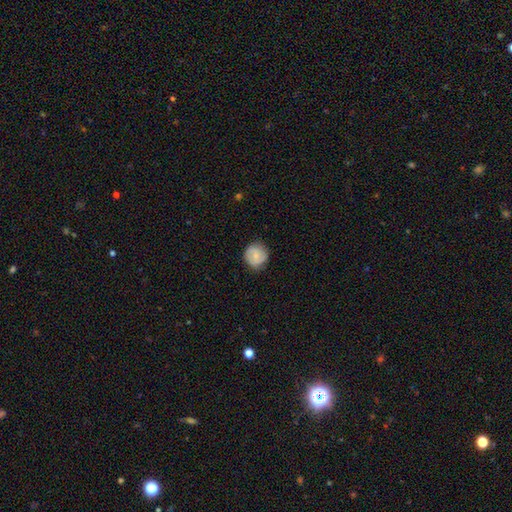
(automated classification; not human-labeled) A smooth galaxy with no disk features (63%) that is round (88%). Merging: none (80%).